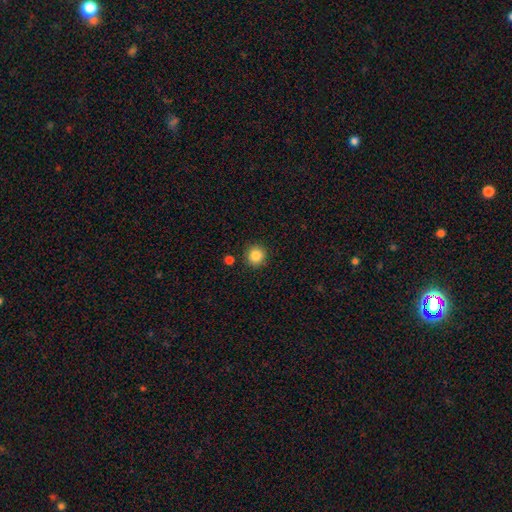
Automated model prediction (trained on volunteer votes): smooth_or_featured: smooth (p=0.85) [alt: star or artifact p=0.10]
how_rounded: round (p=0.93) [alt: in between p=0.06]
merging: none (p=0.89) [alt: minor disturbance p=0.06]